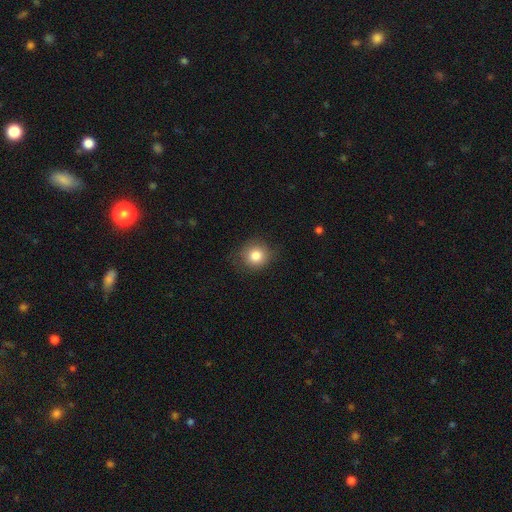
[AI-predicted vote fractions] Morphology: type=smooth (83%); roundness=round (86%); merging=none (81%).